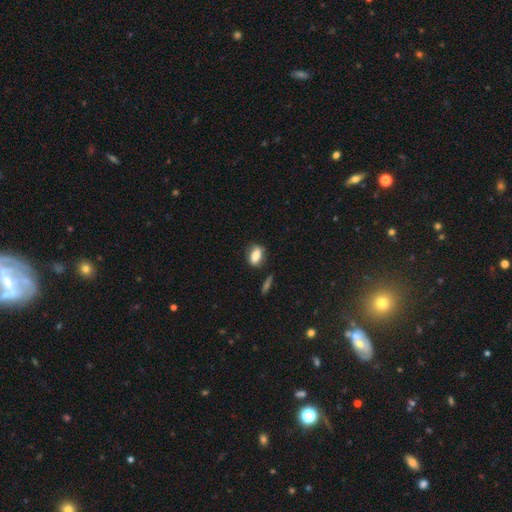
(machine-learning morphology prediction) smooth 80%, featured or disk 12%, star or artifact 8%. Down the decision tree: how rounded — in between (80%); merging — none (70%).